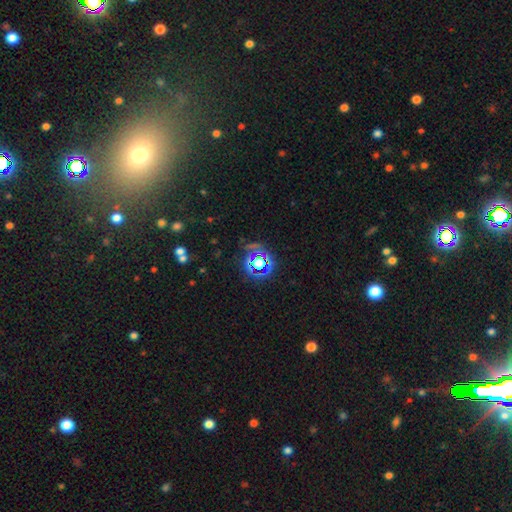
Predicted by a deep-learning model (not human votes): Smooth or featured: star or artifact — 72% (smooth — 17%)